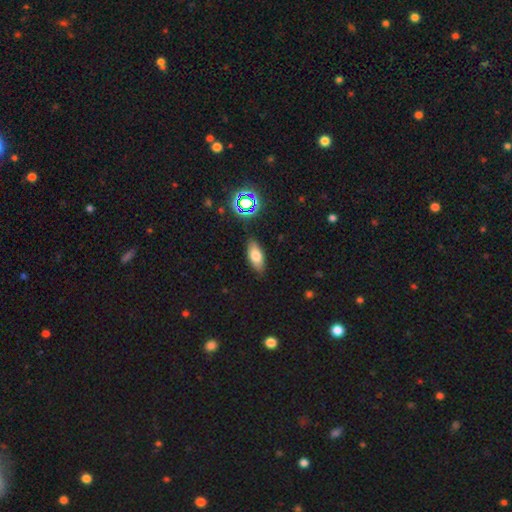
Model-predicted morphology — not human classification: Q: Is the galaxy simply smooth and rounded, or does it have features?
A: smooth — 71%.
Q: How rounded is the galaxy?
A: in between — 80%.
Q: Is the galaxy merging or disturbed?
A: none — 85%.